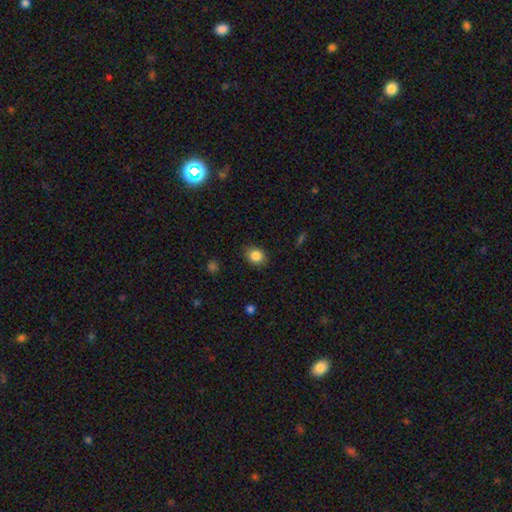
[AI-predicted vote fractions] Smooth or featured? Predicted: smooth (p=0.86). How rounded? Predicted: round (p=0.51). Merging? Predicted: none (p=0.84).